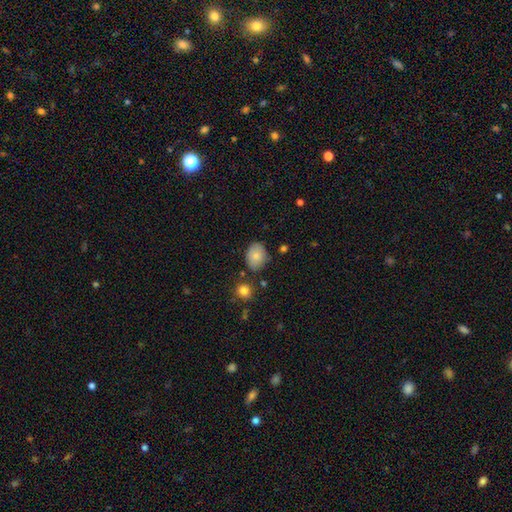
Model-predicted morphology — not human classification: A smooth galaxy with no disk features (83%) that is in between round and cigar-shaped (65%). Merging: none (76%).